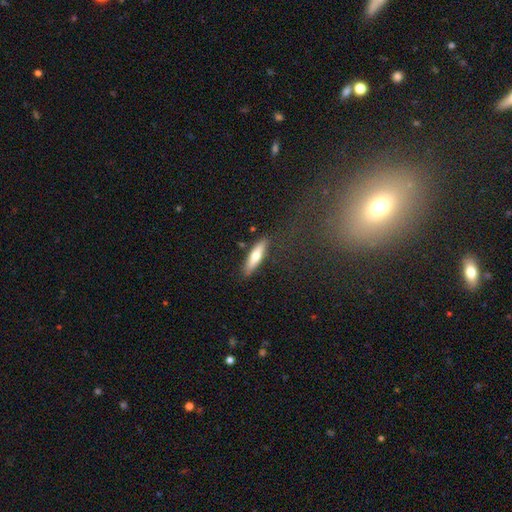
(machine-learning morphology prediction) Smooth or featured?
  - smooth: 64% *
  - featured or disk: 30%
  - star or artifact: 6%
How rounded?
  - cigar-shaped: 71% *
  - in between: 27%
  - round: 2%
Merging?
  - none: 83% *
  - minor disturbance: 11%
  - merger: 3%
  - major disturbance: 3%